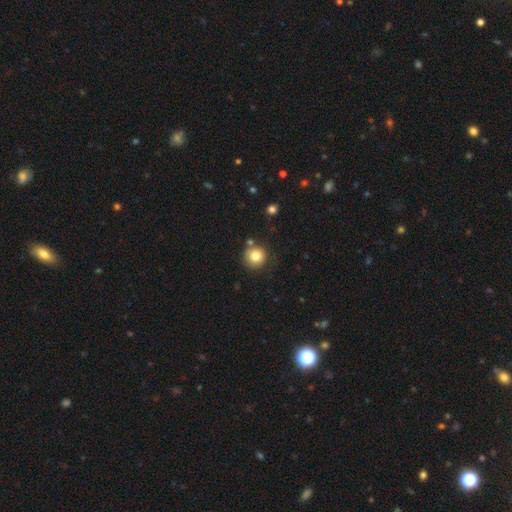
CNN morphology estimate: This appears to be a smooth galaxy with no disk features (79%) that is round (94%). Merging: none (79%).